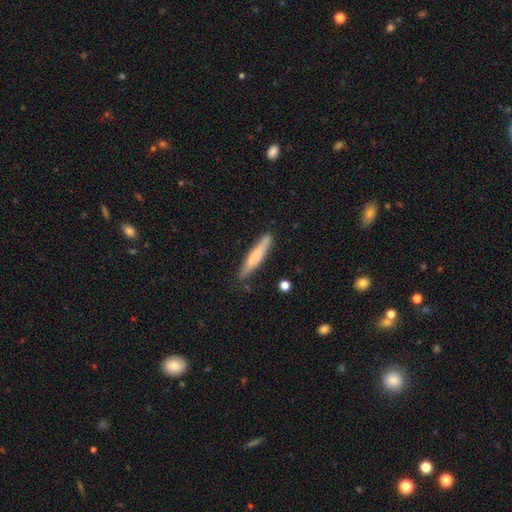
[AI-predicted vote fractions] Smooth or featured? smooth (68%)
How rounded? cigar-shaped (91%)
Merging? none (82%)